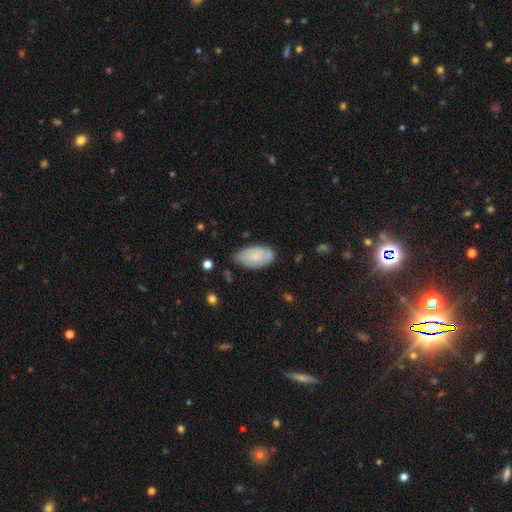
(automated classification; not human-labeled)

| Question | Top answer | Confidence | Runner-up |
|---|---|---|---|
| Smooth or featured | smooth | 70% | featured or disk (23%) |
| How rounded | in between | 94% | round (3%) |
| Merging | none | 62% | minor disturbance (29%) |